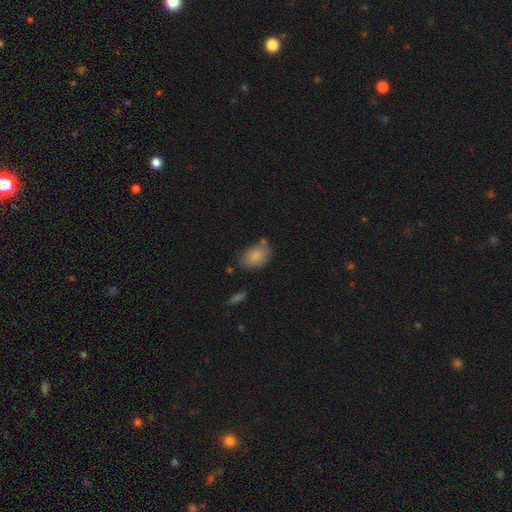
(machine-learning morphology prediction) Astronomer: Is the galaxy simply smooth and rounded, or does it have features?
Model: smooth — 84%.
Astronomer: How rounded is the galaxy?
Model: in between — 85%.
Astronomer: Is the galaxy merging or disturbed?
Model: none — 64%.